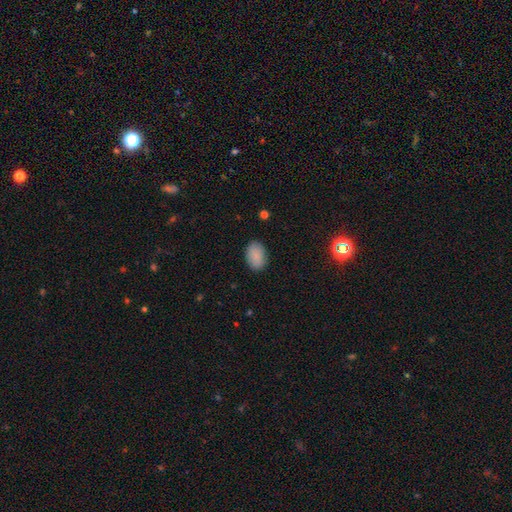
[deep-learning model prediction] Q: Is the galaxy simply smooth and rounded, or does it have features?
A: smooth — 89%.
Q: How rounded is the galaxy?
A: in between — 88%.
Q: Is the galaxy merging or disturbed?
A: none — 87%.